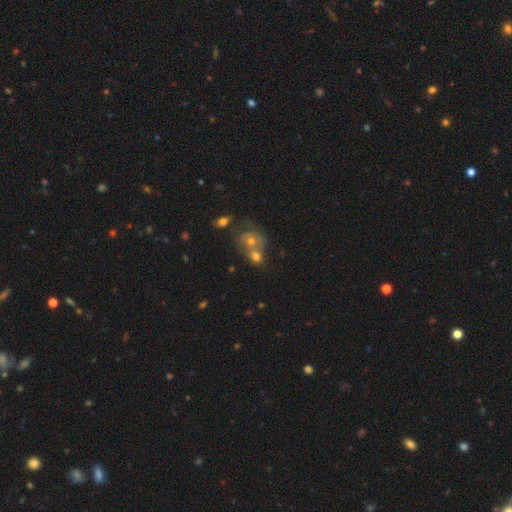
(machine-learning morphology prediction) smooth-or-featured: smooth: 51% | featured or disk: 32% | star or artifact: 17%
  how-rounded: round: 67% | in between: 31% | cigar-shaped: 1%
  merging: merger: 57% | none: 28% | minor disturbance: 9% | major disturbance: 6%